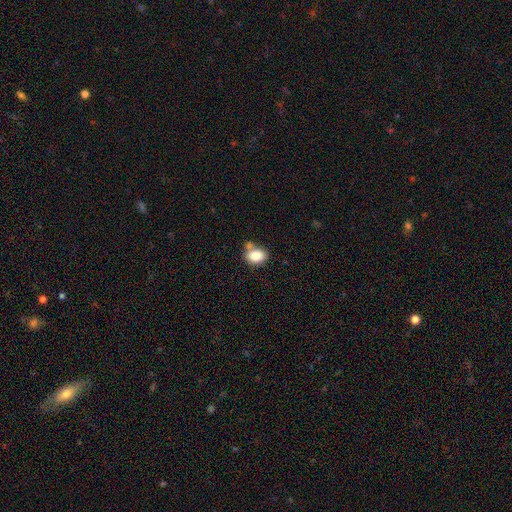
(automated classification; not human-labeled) A smooth galaxy with no disk features (84%) that is in between round and cigar-shaped (72%). Merging: none (54%).